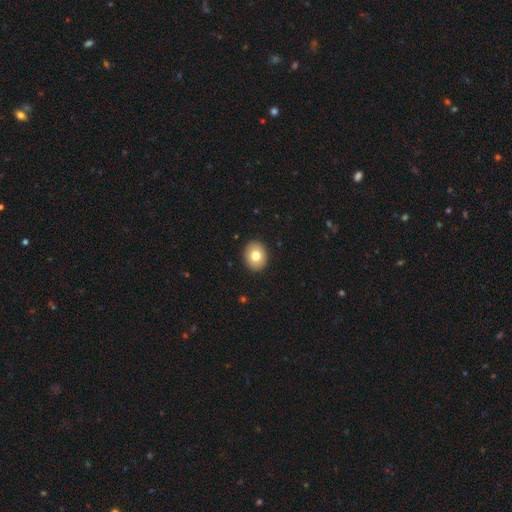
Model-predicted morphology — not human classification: A smooth galaxy with no disk features (77%) that is round (62%).

Vote fractions:
- Smooth or featured? smooth: 77% / featured or disk: 14% / star or artifact: 8%
- How rounded? round: 62% / in between: 38% / cigar-shaped: 1%
- Merging? none: 92% / minor disturbance: 6% / major disturbance: 2% / merger: 1%